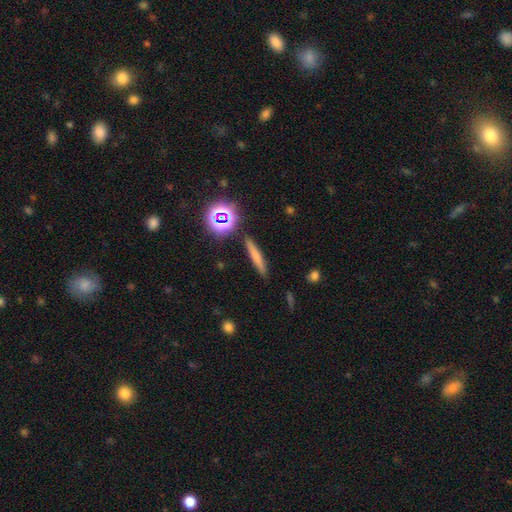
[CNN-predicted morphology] Q: Smooth or featured?
A: smooth (65%); runner-up: featured or disk (22%)
Q: How rounded?
A: cigar-shaped (89%); runner-up: in between (6%)
Q: Merging?
A: none (88%); runner-up: minor disturbance (8%)